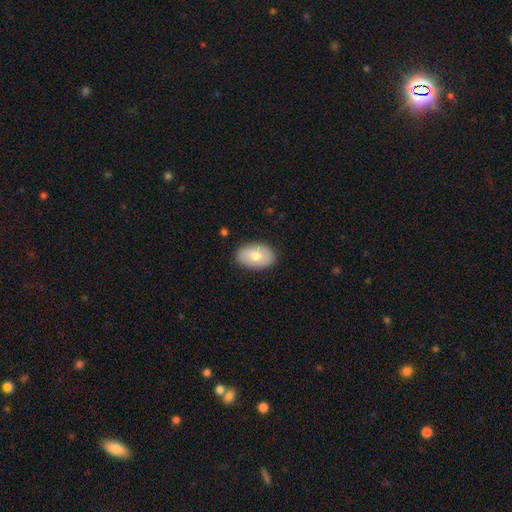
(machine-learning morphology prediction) Smooth or featured: smooth — 74% (featured or disk — 20%)
How rounded: in between — 89% (round — 10%)
Merging: none — 86% (minor disturbance — 11%)